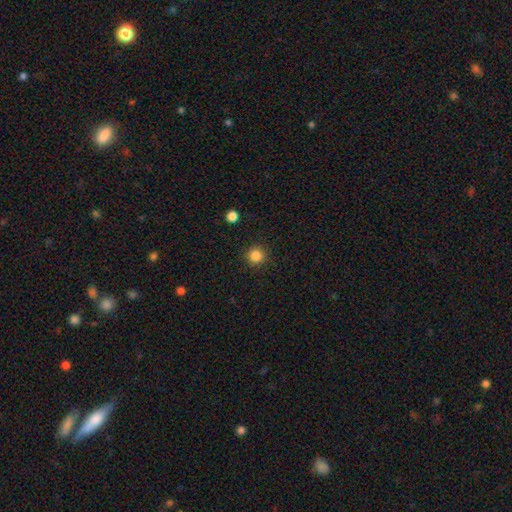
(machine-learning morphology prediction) smooth_or_featured: smooth (p=0.85) [alt: star or artifact p=0.11]
how_rounded: round (p=0.95) [alt: in between p=0.04]
merging: none (p=0.91) [alt: minor disturbance p=0.06]